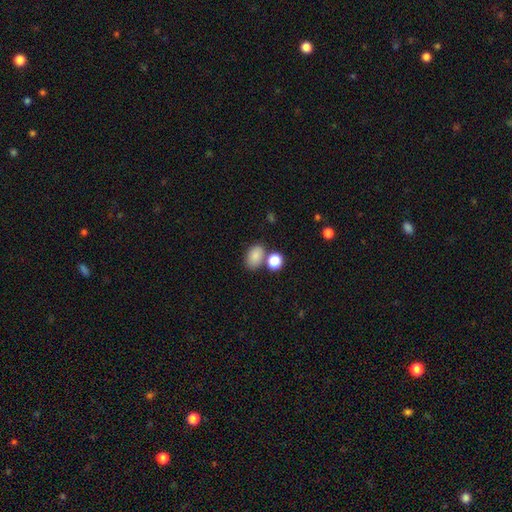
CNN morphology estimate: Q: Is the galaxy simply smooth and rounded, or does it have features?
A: smooth — 84%.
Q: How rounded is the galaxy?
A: in between — 82%.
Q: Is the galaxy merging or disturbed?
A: none — 62%.